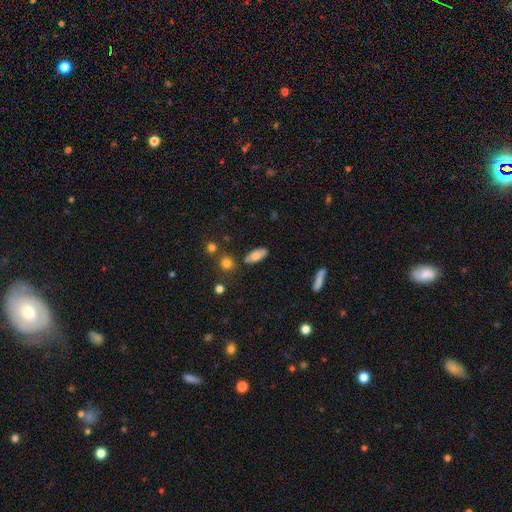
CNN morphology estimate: smooth 71%, featured or disk 22%, star or artifact 7%. Down the decision tree: how rounded — in between (83%); merging — none (80%).